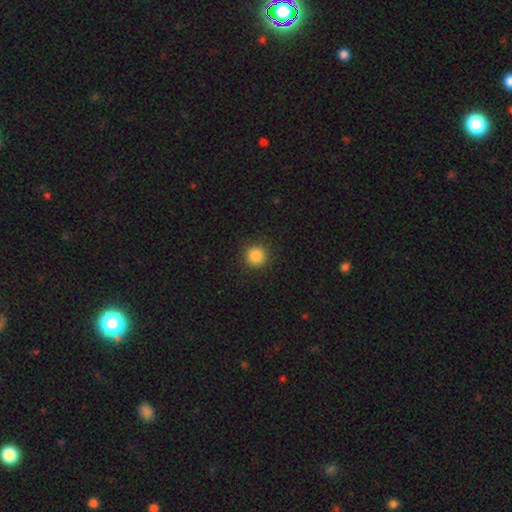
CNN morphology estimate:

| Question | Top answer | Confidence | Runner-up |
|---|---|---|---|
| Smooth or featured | smooth | 86% | star or artifact (11%) |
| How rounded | round | 95% | in between (4%) |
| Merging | none | 92% | minor disturbance (5%) |